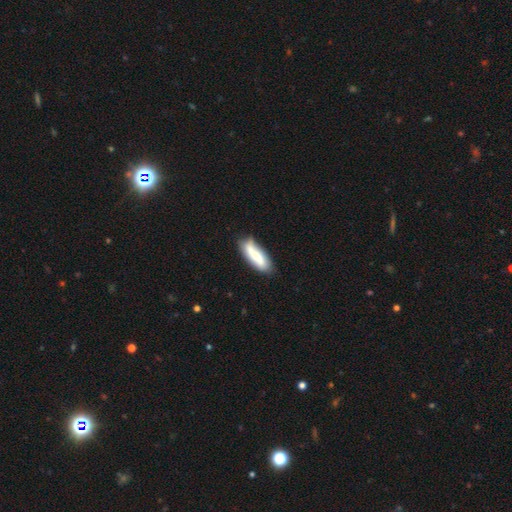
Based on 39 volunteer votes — smooth_or_featured: smooth (p=0.56) [alt: featured or disk p=0.33]
how_rounded: cigar-shaped (p=0.59) [alt: in between p=0.36]
merging: none (p=0.57) [alt: minor disturbance p=0.37]